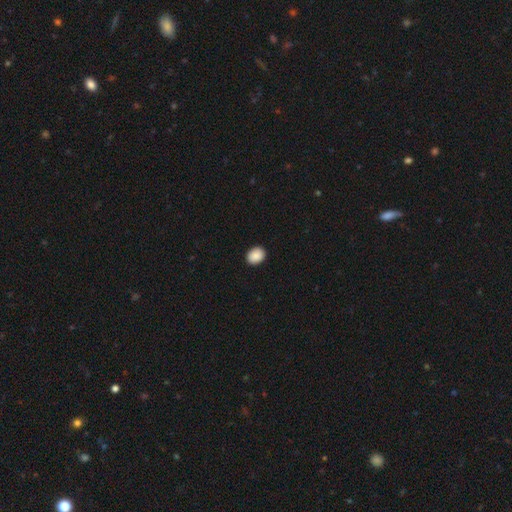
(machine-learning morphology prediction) Smooth or featured: smooth — 90% (star or artifact — 7%)
How rounded: in between — 55% (round — 44%)
Merging: none — 91% (minor disturbance — 6%)